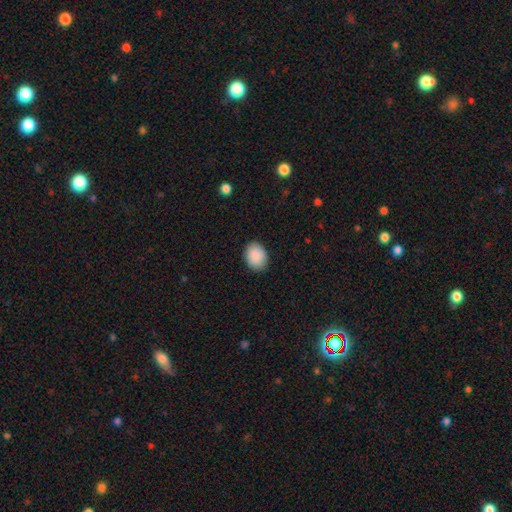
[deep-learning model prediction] Smooth or featured? Predicted: smooth (p=0.90). How rounded? Predicted: in between (p=0.65). Merging? Predicted: none (p=0.88).